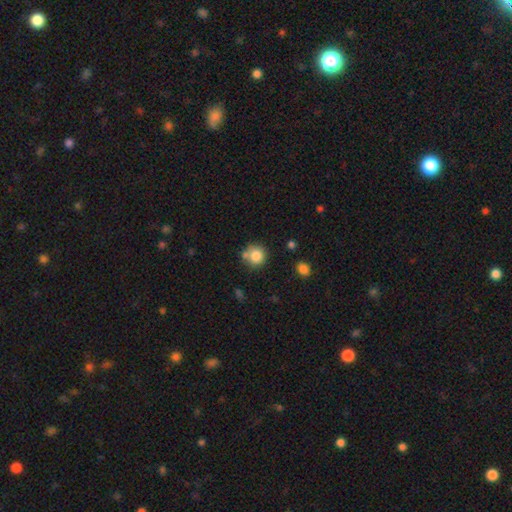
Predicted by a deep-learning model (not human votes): Smooth or featured?
  - smooth: 82% *
  - star or artifact: 10%
  - featured or disk: 8%
How rounded?
  - round: 89% *
  - in between: 10%
  - cigar-shaped: 1%
Merging?
  - none: 64% *
  - merger: 18%
  - minor disturbance: 14%
  - major disturbance: 4%